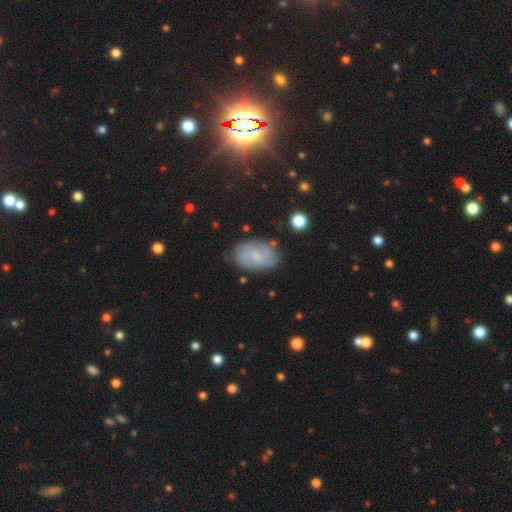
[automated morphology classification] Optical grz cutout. It shows a smooth galaxy with no disk features (45%, tied with featured or disk). Merging: none (77%).